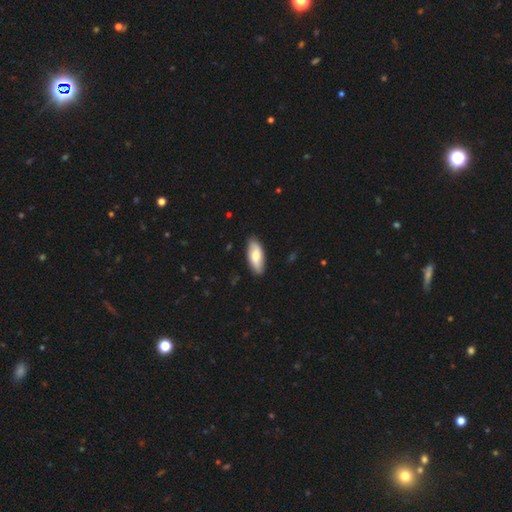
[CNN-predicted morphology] Smooth or featured: smooth — 63% (featured or disk — 32%)
How rounded: in between — 85% (cigar-shaped — 13%)
Merging: none — 87% (minor disturbance — 10%)